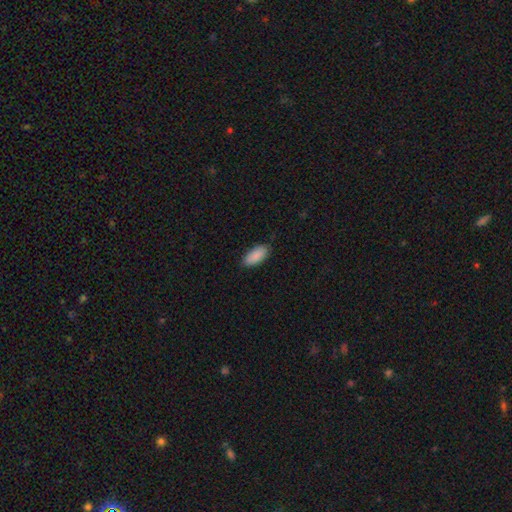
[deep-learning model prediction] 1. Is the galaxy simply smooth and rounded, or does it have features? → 90% smooth, 6% star or artifact, 4% featured or disk.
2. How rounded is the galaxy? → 90% in between, 8% cigar-shaped, 2% round.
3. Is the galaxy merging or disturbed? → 84% none, 13% minor disturbance, 2% major disturbance, 1% merger.